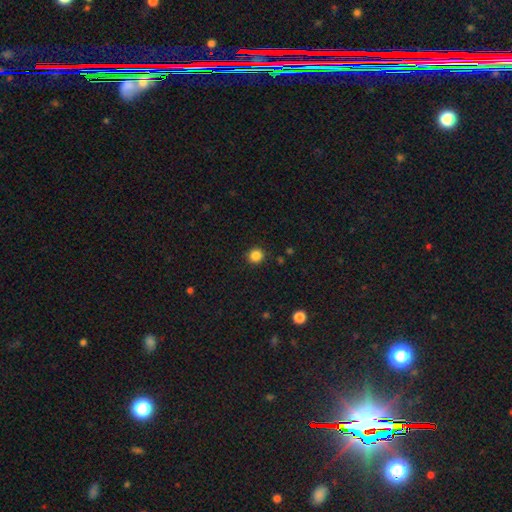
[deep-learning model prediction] smooth 85%, star or artifact 12%, featured or disk 3%. Down the decision tree: how rounded — round (93%); merging — none (91%).